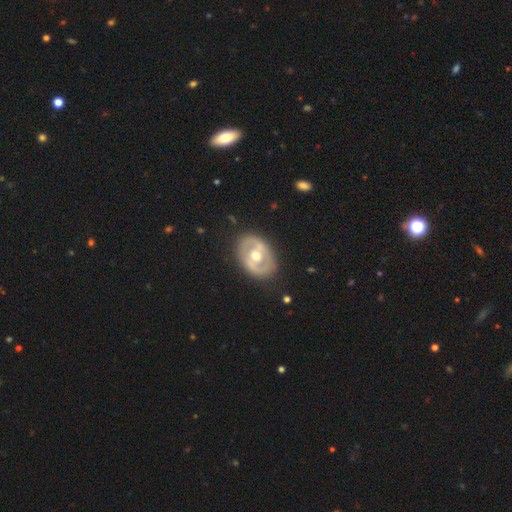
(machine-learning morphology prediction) Smooth or featured: featured or disk — 70% (smooth — 26%)
Edge-on disk: no — 95% (yes — 5%)
Bar: no — 42% (weak — 35%)
Spiral arms: no — 58% (yes — 42%)
Bulge size: moderate — 76% (small — 15%)
Merging: none — 83% (minor disturbance — 12%)